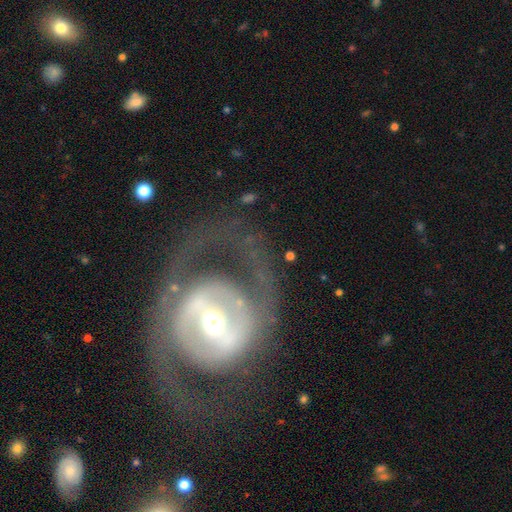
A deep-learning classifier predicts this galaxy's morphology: smooth-or-featured: featured or disk: 79% | smooth: 15% | star or artifact: 6%
  disk-edge-on: no: 94% | yes: 6%
    bar: strong: 43% | weak: 33% | no: 24%
    has-spiral-arms: yes: 59% | no: 41%
    bulge-size: moderate: 62% | small: 22% | large: 13% | dominant: 2% | none: 1%
  merging: none: 68% | major disturbance: 18% | minor disturbance: 12% | merger: 2%